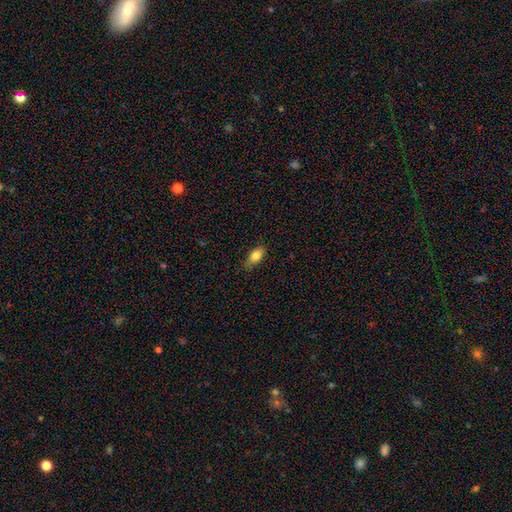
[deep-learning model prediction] Smooth or featured? smooth (82%)
How rounded? in between (86%)
Merging? none (76%)